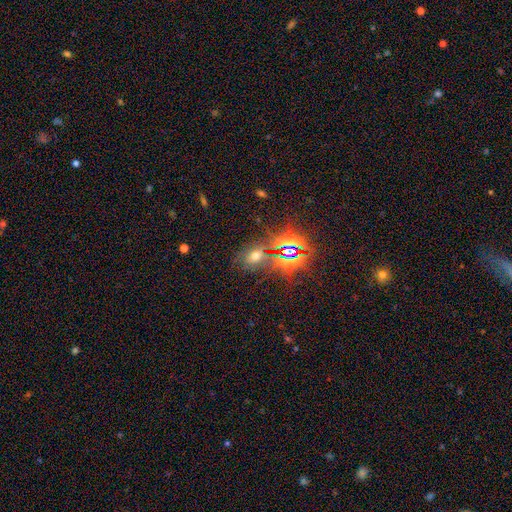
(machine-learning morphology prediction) Q: Smooth or featured?
A: star or artifact (49%); runner-up: smooth (40%)